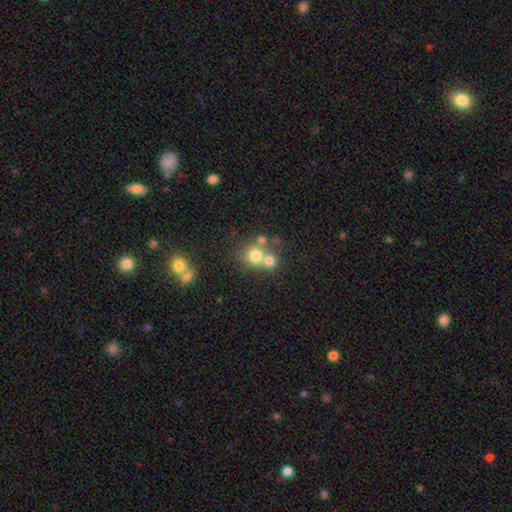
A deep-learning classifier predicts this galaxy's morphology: type=smooth (70%); roundness=round (85%); merging=merger (45%).